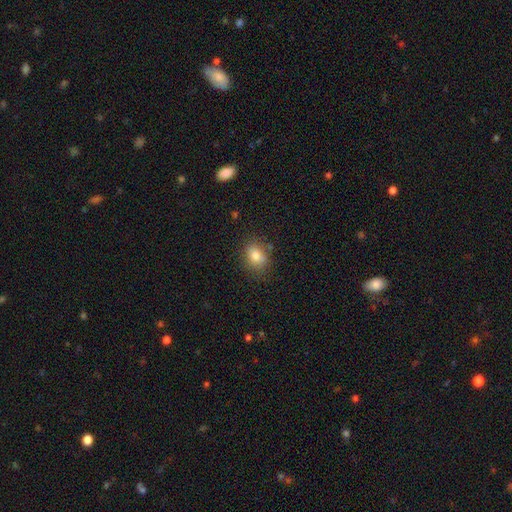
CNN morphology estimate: A smooth galaxy with no disk features (81%) that is in between round and cigar-shaped (62%).

Vote fractions:
- Smooth or featured? smooth: 81% / star or artifact: 10% / featured or disk: 9%
- How rounded? in between: 62% / round: 36% / cigar-shaped: 1%
- Merging? none: 75% / minor disturbance: 17% / major disturbance: 5% / merger: 3%